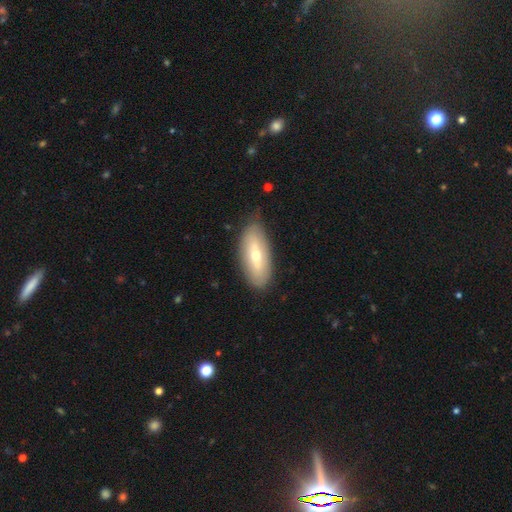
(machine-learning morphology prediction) Smooth or featured? smooth (53%)
How rounded? in between (81%)
Merging? none (81%)